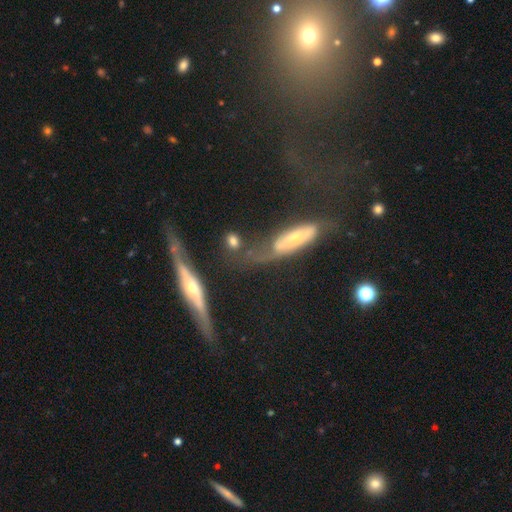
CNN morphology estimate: type=featured or disk (68%); edge-on=yes (74%); edge-on bulge=rounded (80%); merging=none (37%).